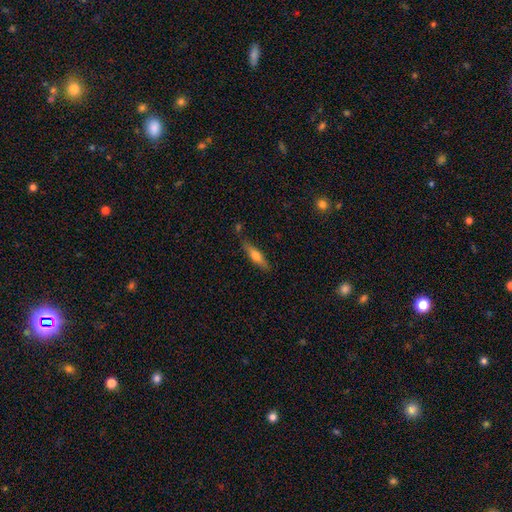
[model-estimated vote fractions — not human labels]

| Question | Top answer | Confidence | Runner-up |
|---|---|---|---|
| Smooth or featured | smooth | 54% | featured or disk (39%) |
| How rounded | cigar-shaped | 73% | in between (25%) |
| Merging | none | 80% | minor disturbance (14%) |